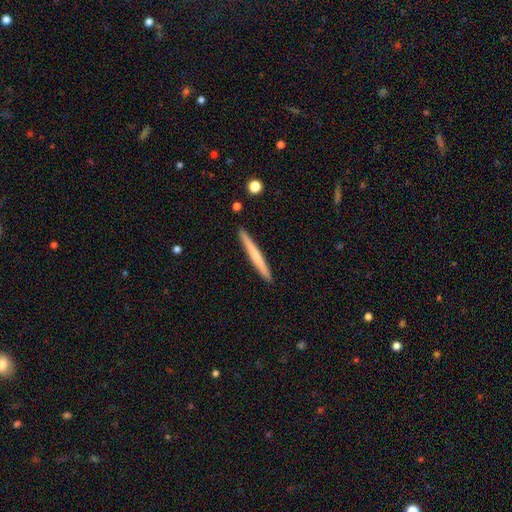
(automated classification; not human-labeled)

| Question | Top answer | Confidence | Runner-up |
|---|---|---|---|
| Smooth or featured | smooth | 58% | featured or disk (37%) |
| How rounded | cigar-shaped | 97% | in between (2%) |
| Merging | none | 92% | minor disturbance (6%) |